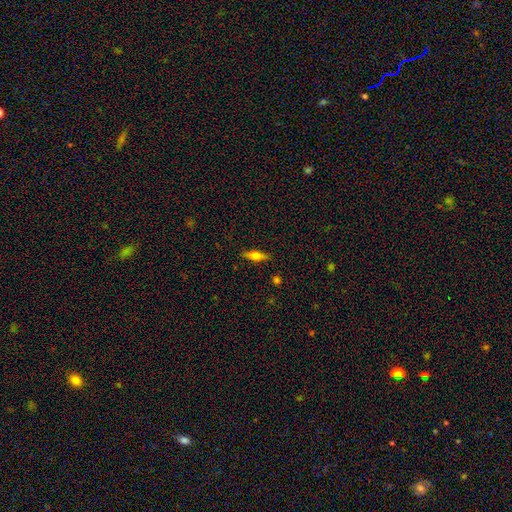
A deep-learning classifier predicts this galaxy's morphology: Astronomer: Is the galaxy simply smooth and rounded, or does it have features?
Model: smooth — 54% (runner-up: featured or disk, 38%).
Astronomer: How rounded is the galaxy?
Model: cigar-shaped — 56% (runner-up: in between, 41%).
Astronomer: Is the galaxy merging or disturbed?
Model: none — 87%.